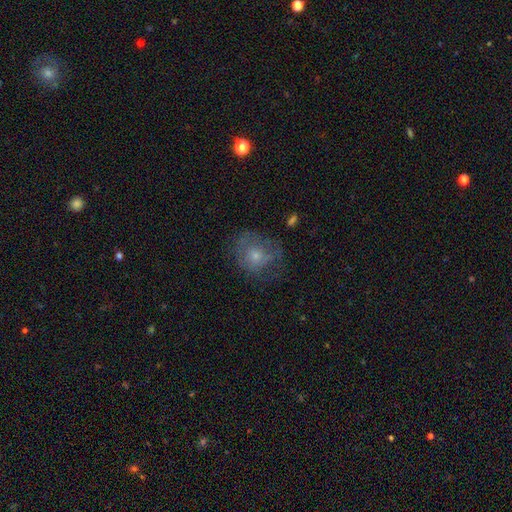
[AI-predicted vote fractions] A smooth galaxy with no disk features (52%) that is round (72%).

Vote fractions:
- Smooth or featured? smooth: 52% / featured or disk: 37% / star or artifact: 11%
- How rounded? round: 72% / in between: 27% / cigar-shaped: 1%
- Merging? none: 54% / minor disturbance: 24% / major disturbance: 21% / merger: 2%